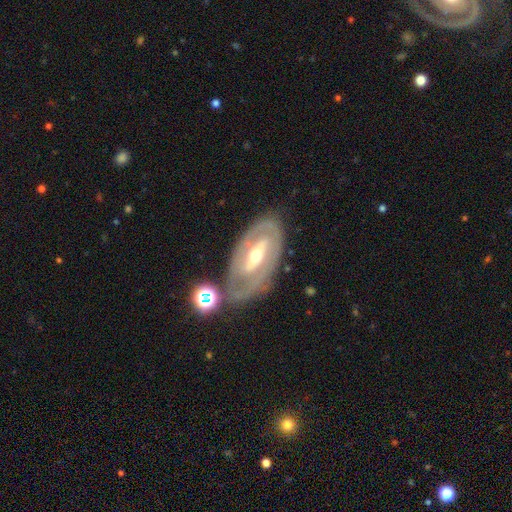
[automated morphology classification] Smooth or featured? Predicted: featured or disk (p=0.83). Edge-on disk? Predicted: no (p=0.93). Bar? Predicted: strong (p=0.43). Spiral arms? Predicted: yes (p=0.78). Spiral winding? Predicted: tight (p=0.55). Spiral arm count? Predicted: 2 (p=0.66). Bulge size? Predicted: moderate (p=0.60). Merging? Predicted: none (p=0.69).